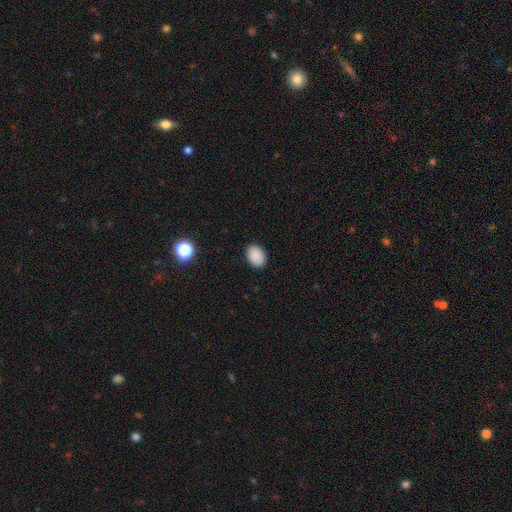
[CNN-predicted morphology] Smooth or featured?
  - smooth: 89% *
  - star or artifact: 8%
  - featured or disk: 3%
How rounded?
  - in between: 76% *
  - round: 23%
  - cigar-shaped: 1%
Merging?
  - none: 89% *
  - minor disturbance: 8%
  - major disturbance: 2%
  - merger: 1%